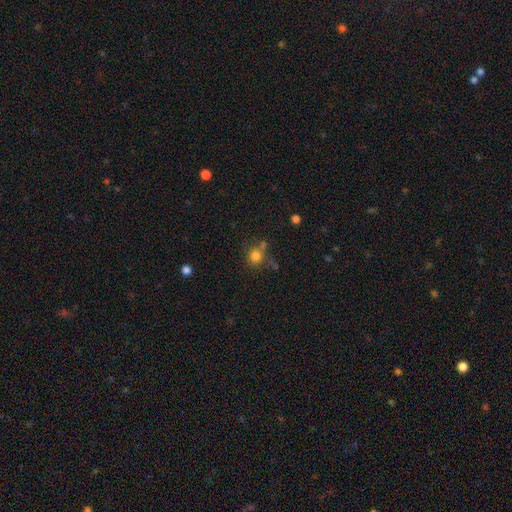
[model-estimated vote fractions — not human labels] Smooth or featured?
  - smooth: 79% *
  - star or artifact: 14%
  - featured or disk: 8%
How rounded?
  - round: 87% *
  - in between: 12%
  - cigar-shaped: 1%
Merging?
  - none: 63% *
  - merger: 18%
  - minor disturbance: 13%
  - major disturbance: 6%